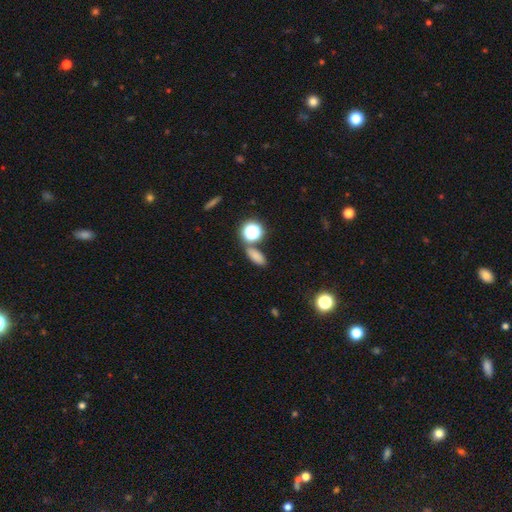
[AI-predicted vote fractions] Overall: smooth (75%). How rounded: in between (74%). Merging: none (73%).